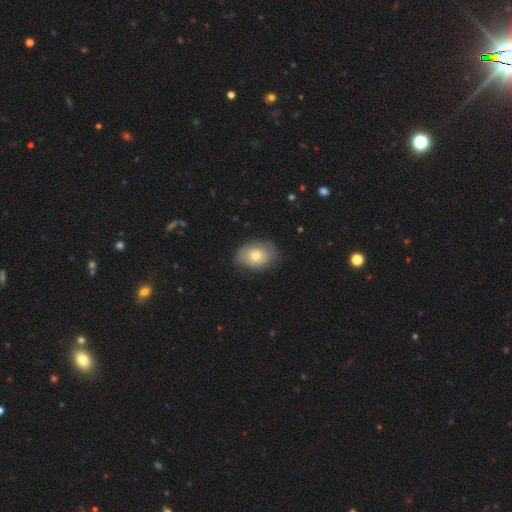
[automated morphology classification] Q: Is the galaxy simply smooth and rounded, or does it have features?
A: smooth — 68%.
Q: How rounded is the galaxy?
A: in between — 63%.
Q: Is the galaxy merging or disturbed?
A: none — 72%.